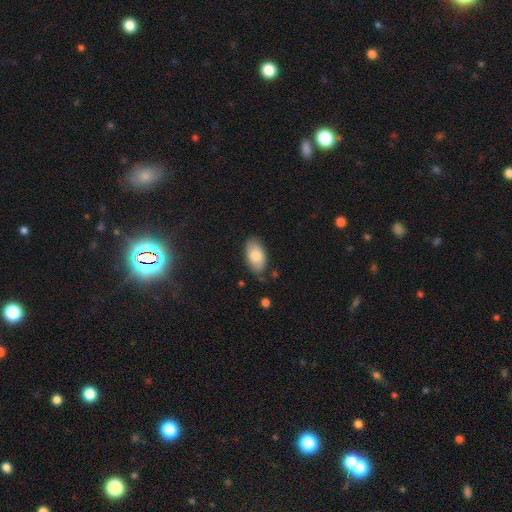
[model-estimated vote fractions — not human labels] Smooth or featured? Predicted: smooth (p=0.80). How rounded? Predicted: in between (p=0.94). Merging? Predicted: none (p=0.75).